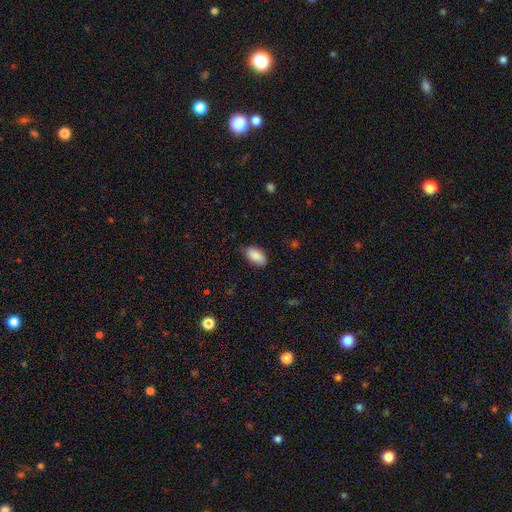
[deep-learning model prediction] smooth-or-featured: smooth: 88% | star or artifact: 6% | featured or disk: 5%
  how-rounded: in between: 94% | cigar-shaped: 3% | round: 3%
  merging: none: 81% | minor disturbance: 15% | major disturbance: 3% | merger: 1%